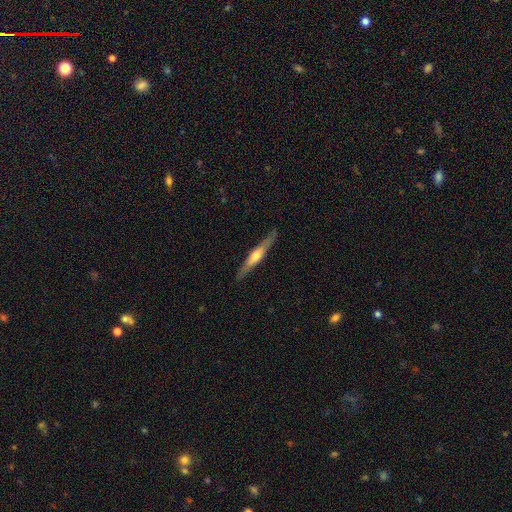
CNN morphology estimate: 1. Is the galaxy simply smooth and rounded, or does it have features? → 64% featured or disk, 31% smooth, 5% star or artifact.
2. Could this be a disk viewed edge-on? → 95% yes, 5% no.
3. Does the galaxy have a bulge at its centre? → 86% rounded, 8% none, 6% boxy.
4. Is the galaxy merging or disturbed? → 86% none, 11% minor disturbance, 2% major disturbance, 1% merger.